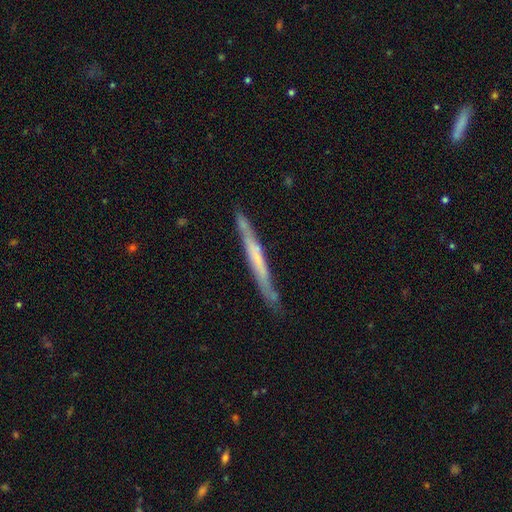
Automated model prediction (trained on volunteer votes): The model was most divided on "smooth or featured": featured or disk: 58%, smooth: 36%, star or artifact: 6%. More confident: edge-on disk — yes (93%); merging — none (80%); edge-on bulge — none (75%).